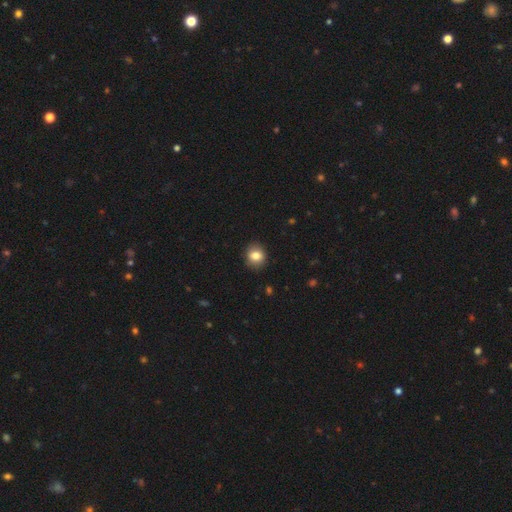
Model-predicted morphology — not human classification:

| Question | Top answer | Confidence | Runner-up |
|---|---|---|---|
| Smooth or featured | smooth | 82% | star or artifact (9%) |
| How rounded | round | 75% | in between (24%) |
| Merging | none | 89% | minor disturbance (8%) |